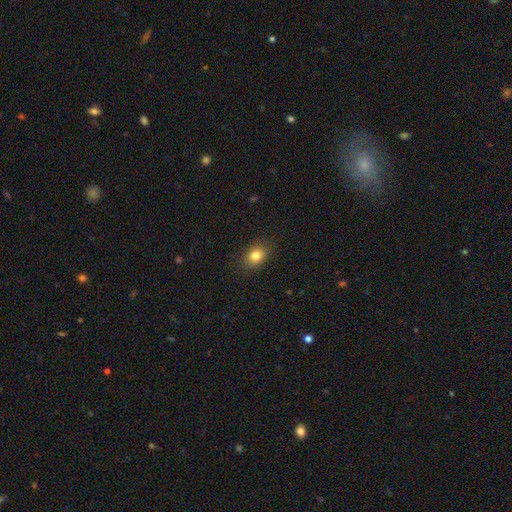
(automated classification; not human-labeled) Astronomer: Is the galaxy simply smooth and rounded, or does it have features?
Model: smooth — 83%.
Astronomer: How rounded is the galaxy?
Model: in between — 62%.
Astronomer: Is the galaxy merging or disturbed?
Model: none — 88%.